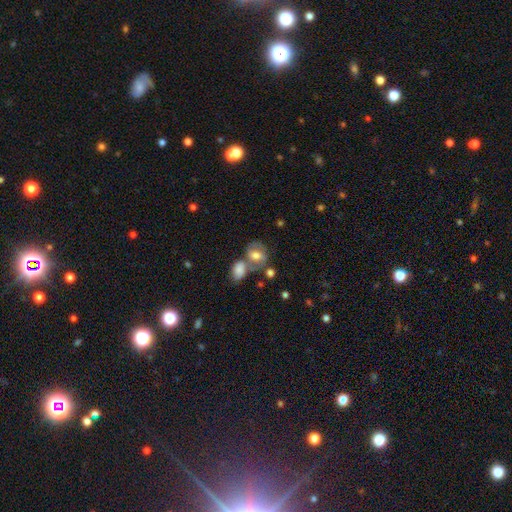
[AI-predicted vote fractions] smooth 56%, featured or disk 35%, star or artifact 9%. Down the decision tree: how rounded — in between (60%); merging — none (40%).